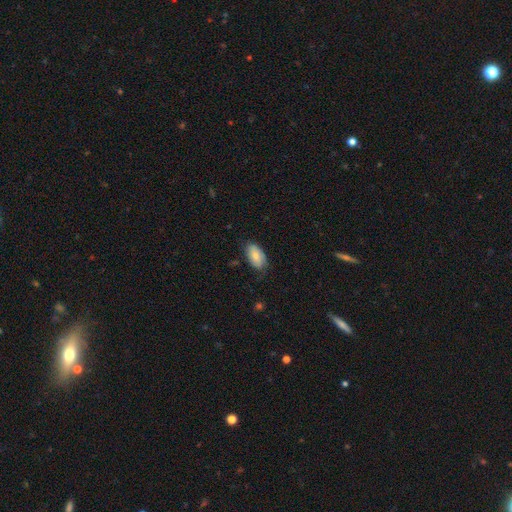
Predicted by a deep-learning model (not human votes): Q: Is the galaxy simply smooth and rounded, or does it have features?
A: smooth — 77%.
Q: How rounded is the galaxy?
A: in between — 94%.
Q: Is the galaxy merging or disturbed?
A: none — 71%.